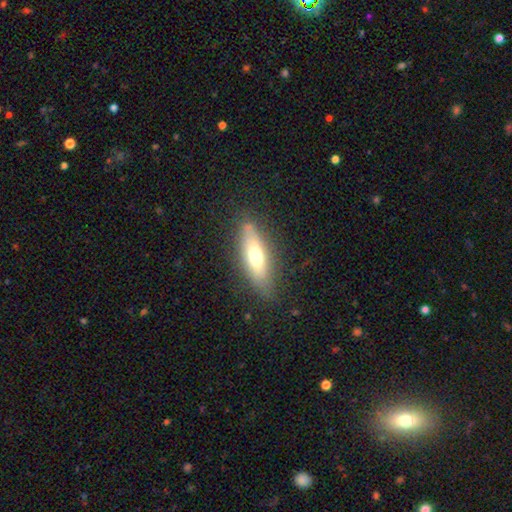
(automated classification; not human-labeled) A smooth galaxy with no disk features (58%) that is in between round and cigar-shaped (51%). Merging: none (80%).